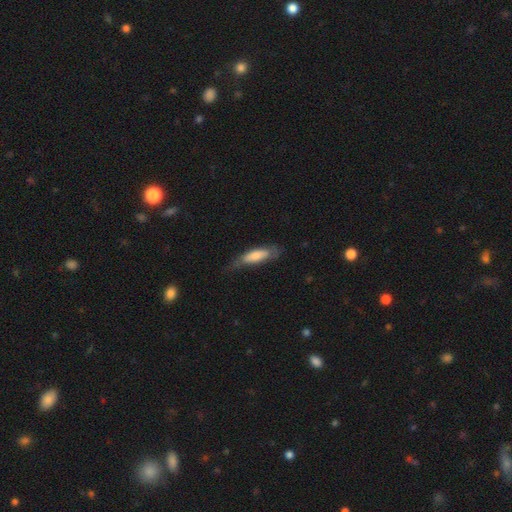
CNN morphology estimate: A smooth galaxy with no disk features (71%) that is cigar-shaped (52%). Merging: none (53%).